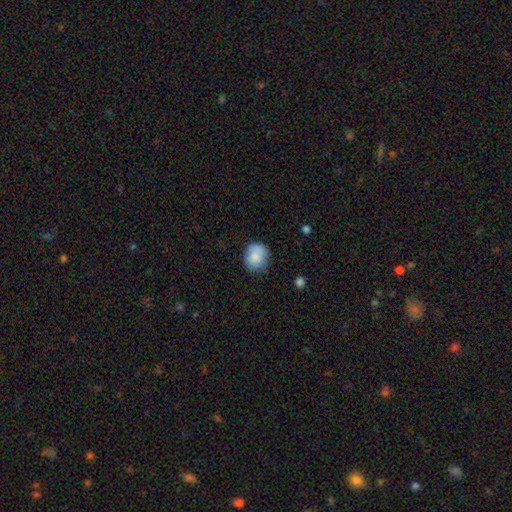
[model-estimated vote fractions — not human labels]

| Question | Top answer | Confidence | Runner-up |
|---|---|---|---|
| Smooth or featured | smooth | 86% | star or artifact (8%) |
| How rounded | round | 74% | in between (25%) |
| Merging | none | 75% | minor disturbance (19%) |